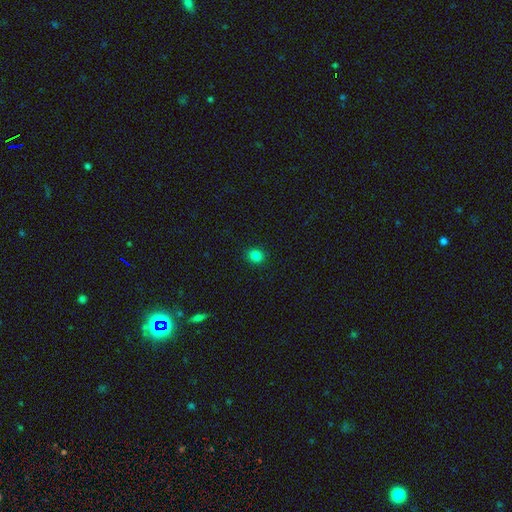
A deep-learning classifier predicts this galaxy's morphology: A smooth galaxy with no disk features (83%) that is round (80%).

Vote fractions:
- Smooth or featured? smooth: 83% / star or artifact: 13% / featured or disk: 4%
- How rounded? round: 80% / in between: 19% / cigar-shaped: 1%
- Merging? none: 92% / minor disturbance: 6% / major disturbance: 2% / merger: 1%